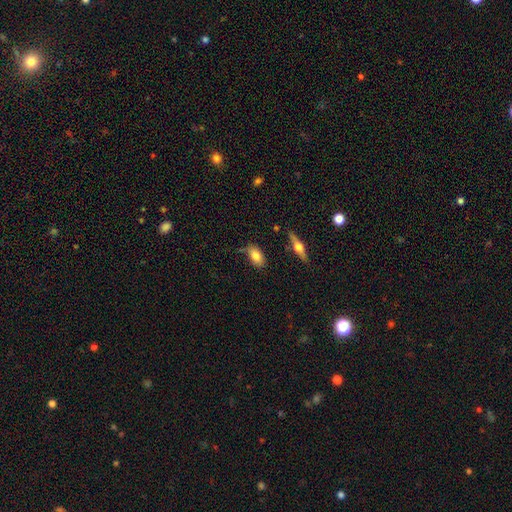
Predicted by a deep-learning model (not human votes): Smooth or featured? smooth (77%)
How rounded? in between (89%)
Merging? none (67%)